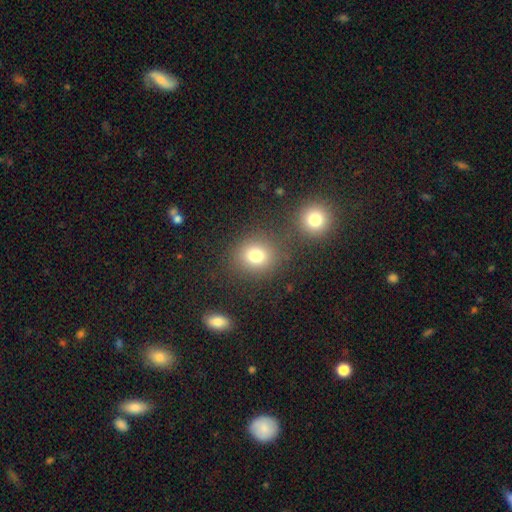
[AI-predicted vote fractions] Smooth or featured?
  - smooth: 78% *
  - star or artifact: 14%
  - featured or disk: 8%
How rounded?
  - round: 76% *
  - in between: 23%
  - cigar-shaped: 1%
Merging?
  - none: 76% *
  - merger: 10%
  - minor disturbance: 10%
  - major disturbance: 4%